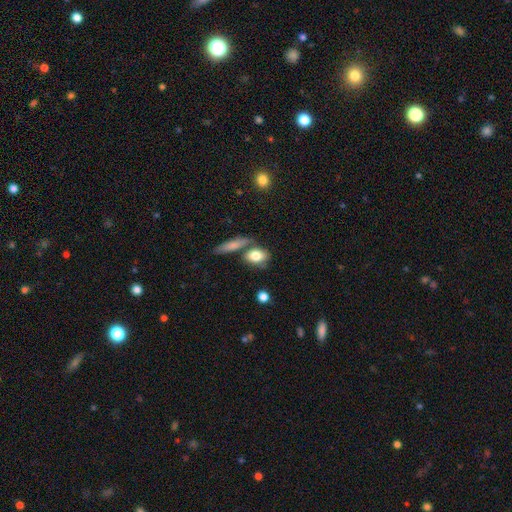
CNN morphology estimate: Smooth or featured?
  - smooth: 78% *
  - featured or disk: 14%
  - star or artifact: 7%
How rounded?
  - in between: 72% *
  - round: 21%
  - cigar-shaped: 7%
Merging?
  - none: 56% *
  - merger: 23%
  - minor disturbance: 15%
  - major disturbance: 6%